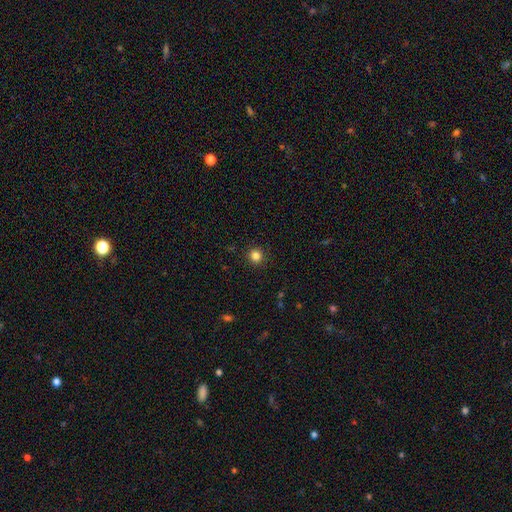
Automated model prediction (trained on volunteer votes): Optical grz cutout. It shows a smooth galaxy with no disk features (84%) that is round (92%). Merging: none (91%).